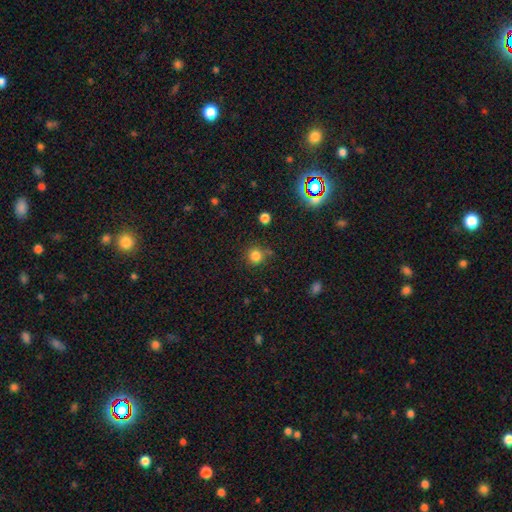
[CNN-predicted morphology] Smooth or featured? smooth (81%)
How rounded? round (91%)
Merging? none (78%)